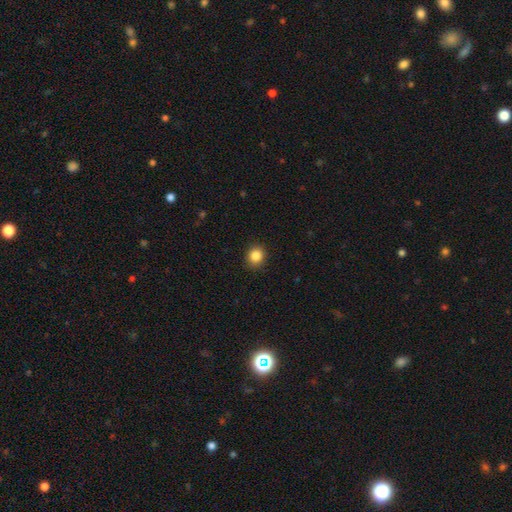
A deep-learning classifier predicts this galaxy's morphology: The model was most divided on "how rounded": round: 81%, in between: 18%, cigar-shaped: 1%. More confident: merging — none (90%); smooth or featured — smooth (86%).